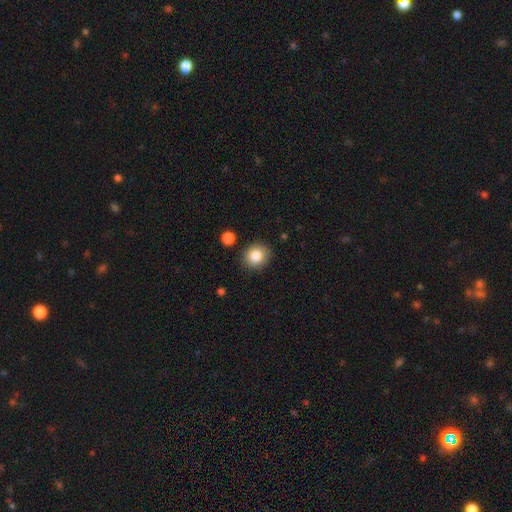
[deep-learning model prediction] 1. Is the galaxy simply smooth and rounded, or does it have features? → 85% smooth, 9% star or artifact, 6% featured or disk.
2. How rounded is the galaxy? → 76% round, 23% in between, 1% cigar-shaped.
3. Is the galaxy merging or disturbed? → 87% none, 8% minor disturbance, 2% merger, 2% major disturbance.